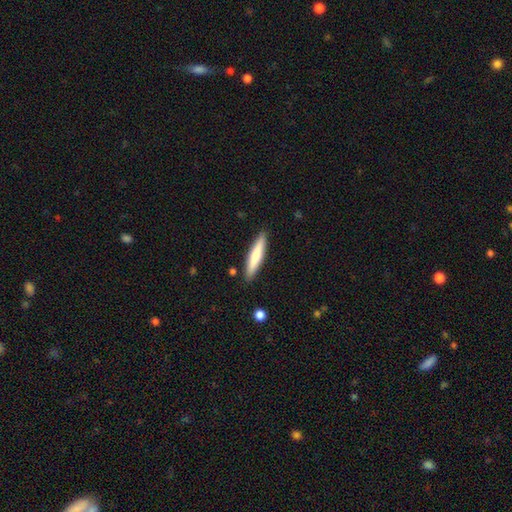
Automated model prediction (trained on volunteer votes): A smooth galaxy with no disk features (68%) that is cigar-shaped (87%).

Vote fractions:
- Smooth or featured? smooth: 68% / featured or disk: 27% / star or artifact: 5%
- How rounded? cigar-shaped: 87% / in between: 12% / round: 1%
- Merging? none: 89% / minor disturbance: 8% / major disturbance: 2% / merger: 2%